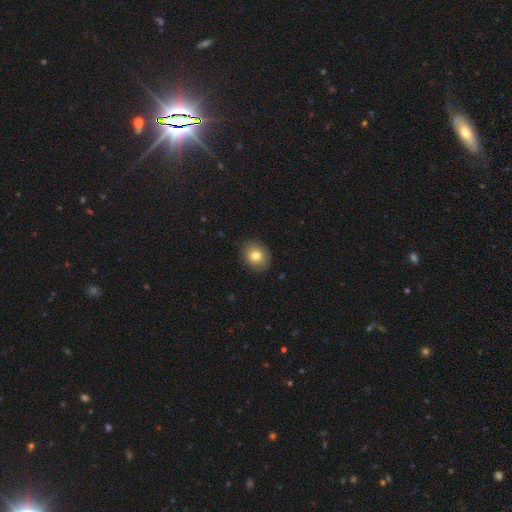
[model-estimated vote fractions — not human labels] The model was most divided on "how rounded": round: 59%, in between: 40%, cigar-shaped: 1%. More confident: merging — none (88%); smooth or featured — smooth (79%).